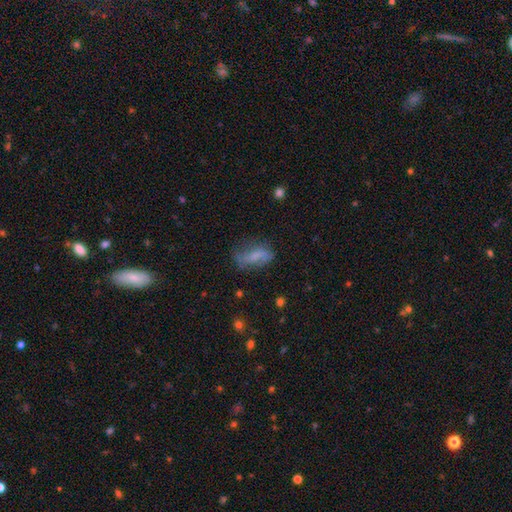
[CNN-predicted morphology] Overall: smooth (48%; featured or disk 41%). Merging: none (49%; minor disturbance 28%).